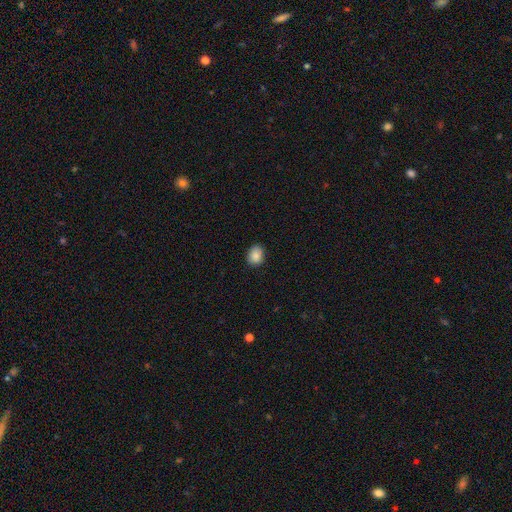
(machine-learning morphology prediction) smooth-or-featured: smooth: 87% | star or artifact: 9% | featured or disk: 5%
  how-rounded: round: 52% | in between: 47% | cigar-shaped: 1%
  merging: none: 82% | minor disturbance: 14% | major disturbance: 2% | merger: 1%